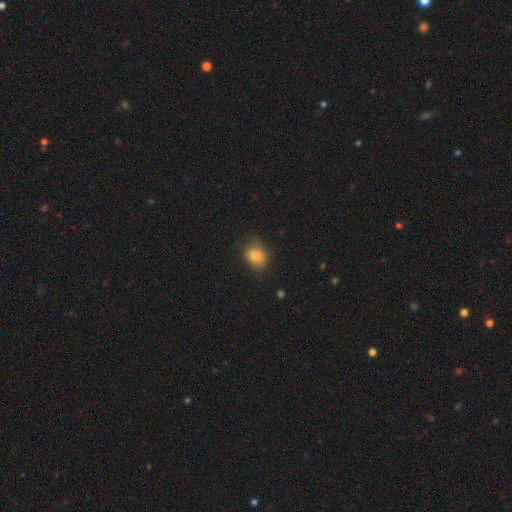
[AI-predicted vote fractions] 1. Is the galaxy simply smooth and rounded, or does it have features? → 84% smooth, 9% star or artifact, 7% featured or disk.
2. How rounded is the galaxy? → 58% in between, 40% round, 1% cigar-shaped.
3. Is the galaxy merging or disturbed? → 70% none, 22% minor disturbance, 6% major disturbance, 2% merger.